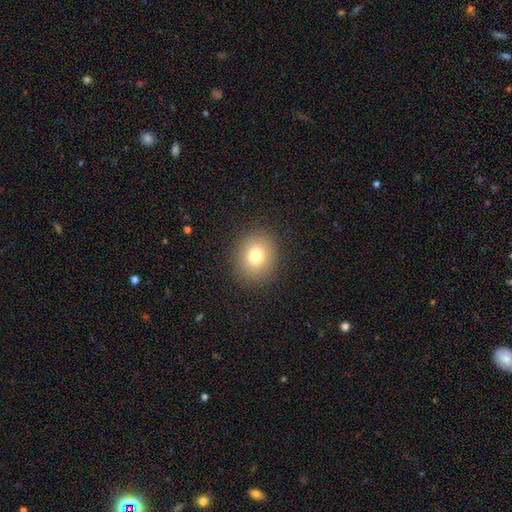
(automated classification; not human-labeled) Morphology: type=smooth (78%); roundness=round (74%); merging=none (89%).